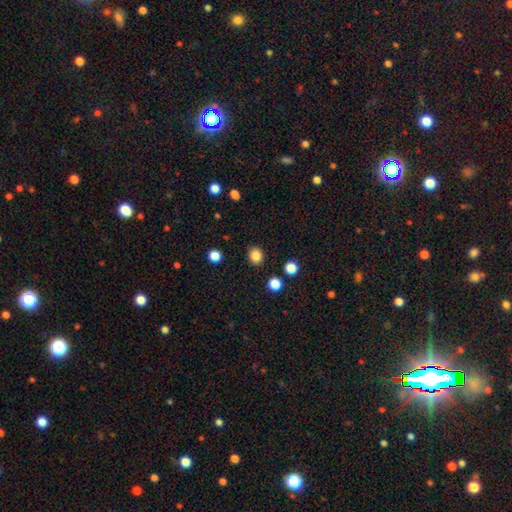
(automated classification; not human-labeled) smooth_or_featured: smooth (p=0.85) [alt: star or artifact p=0.11]
how_rounded: round (p=0.70) [alt: in between p=0.29]
merging: none (p=0.89) [alt: minor disturbance p=0.07]